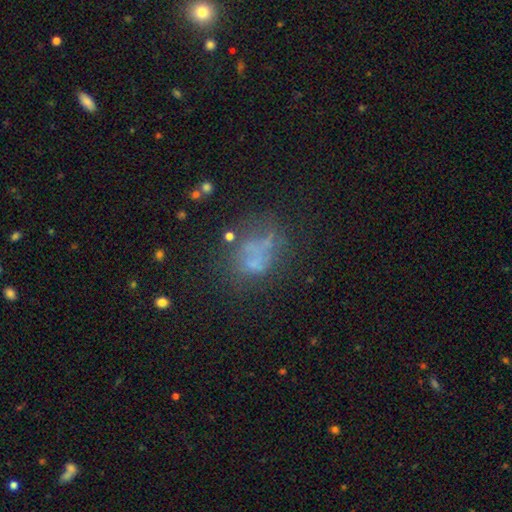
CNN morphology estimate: type=featured or disk (39%); merging=none (41%).